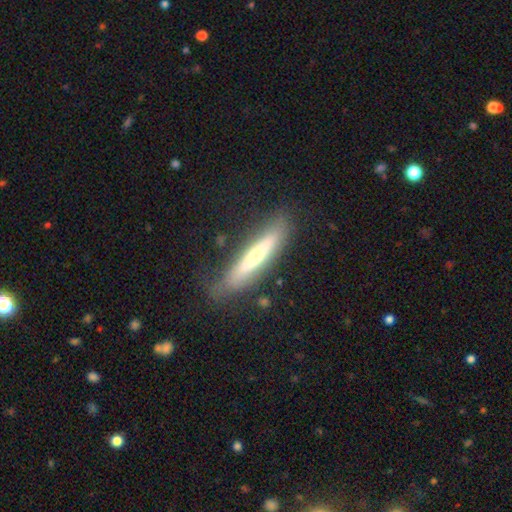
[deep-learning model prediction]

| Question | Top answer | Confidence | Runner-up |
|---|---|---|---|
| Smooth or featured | featured or disk | 48% | smooth (45%) |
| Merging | none | 76% | minor disturbance (16%) |